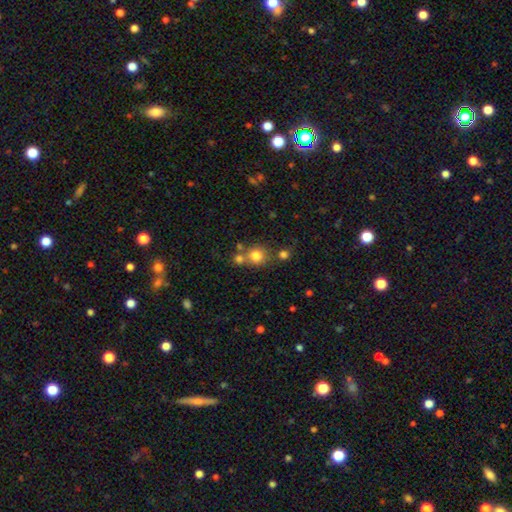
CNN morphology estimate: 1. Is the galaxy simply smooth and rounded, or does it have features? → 77% smooth, 14% star or artifact, 9% featured or disk.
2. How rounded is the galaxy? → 84% round, 15% in between, 1% cigar-shaped.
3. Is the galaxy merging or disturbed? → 60% none, 27% merger, 9% minor disturbance, 4% major disturbance.